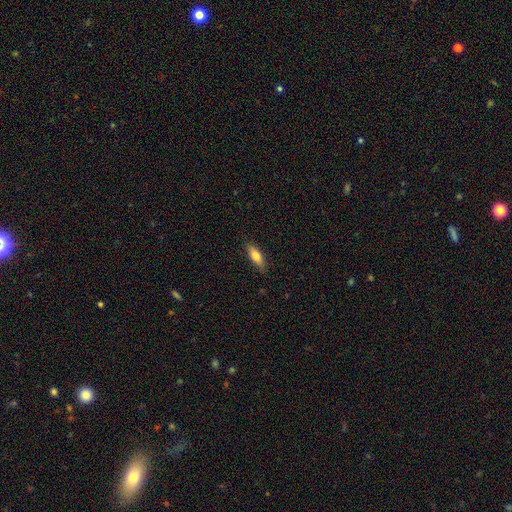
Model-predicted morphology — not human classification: A smooth galaxy with no disk features (74%) that is in between round and cigar-shaped (59%).

Vote fractions:
- Smooth or featured? smooth: 74% / featured or disk: 20% / star or artifact: 6%
- How rounded? in between: 59% / cigar-shaped: 39% / round: 2%
- Merging? none: 85% / minor disturbance: 12% / major disturbance: 2% / merger: 1%